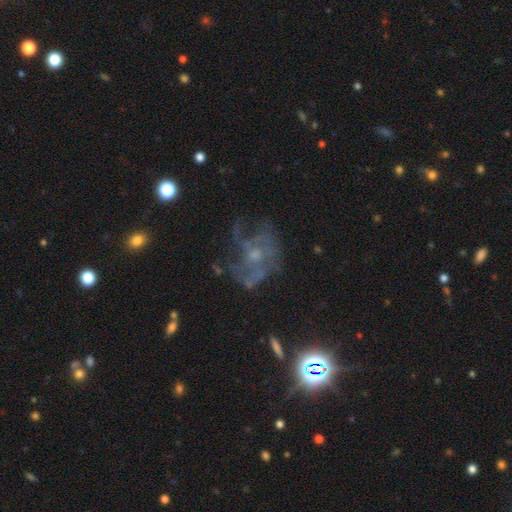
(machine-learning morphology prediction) Q: Smooth or featured?
A: featured or disk (66%); runner-up: star or artifact (20%)
Q: Edge-on disk?
A: no (97%); runner-up: yes (3%)
Q: Bar?
A: no (80%); runner-up: weak (17%)
Q: Spiral arms?
A: yes (64%); runner-up: no (36%)
Q: Bulge size?
A: small (49%); runner-up: moderate (35%)
Q: Merging?
A: none (49%); runner-up: major disturbance (29%)